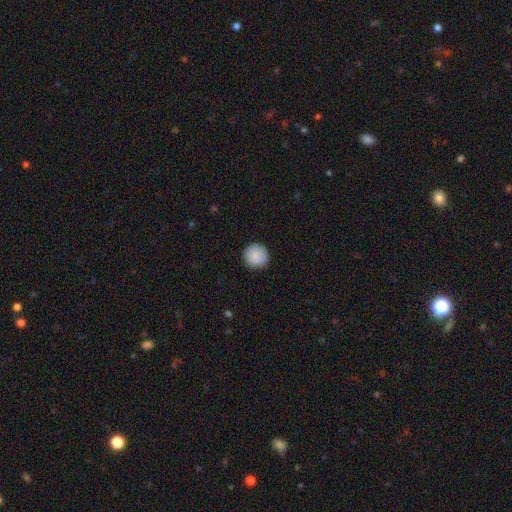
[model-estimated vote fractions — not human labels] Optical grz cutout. It shows a smooth galaxy with no disk features (89%) that is round (95%). Merging: none (91%).